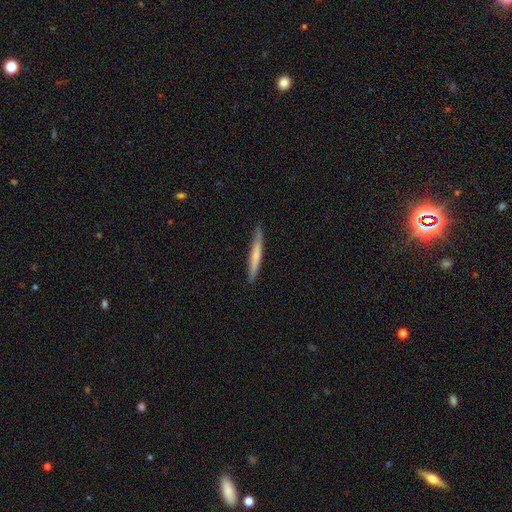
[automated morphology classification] Q: Smooth or featured?
A: smooth (58%); runner-up: featured or disk (37%)
Q: How rounded?
A: cigar-shaped (96%); runner-up: in between (3%)
Q: Merging?
A: none (88%); runner-up: minor disturbance (9%)